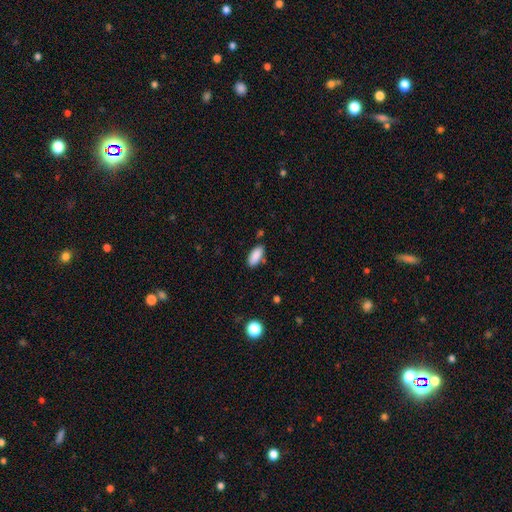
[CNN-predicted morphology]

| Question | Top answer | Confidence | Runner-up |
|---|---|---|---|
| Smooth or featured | smooth | 89% | star or artifact (7%) |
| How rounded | in between | 88% | cigar-shaped (10%) |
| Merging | none | 81% | minor disturbance (13%) |